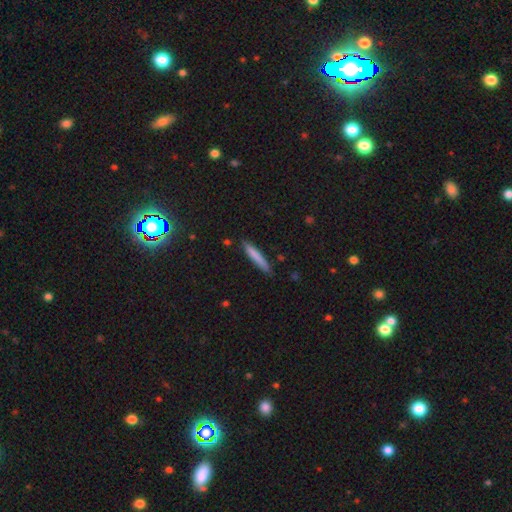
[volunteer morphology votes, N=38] Smooth or featured?
  - smooth: 82% *
  - featured or disk: 13%
  - star or artifact: 5%
How rounded?
  - cigar-shaped: 94% *
  - round: 3%
  - in between: 3%
Merging?
  - none: 83% *
  - minor disturbance: 8%
  - major disturbance: 6%
  - merger: 3%